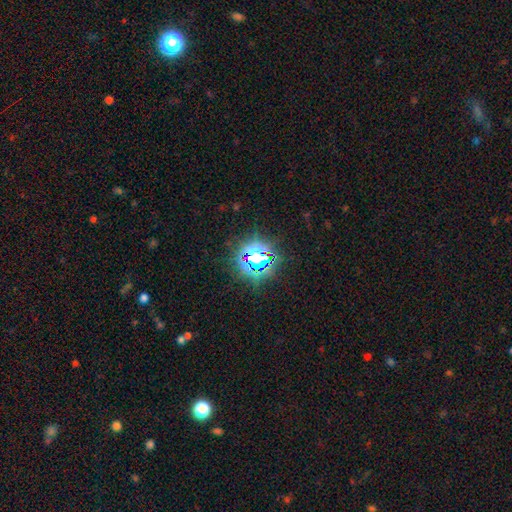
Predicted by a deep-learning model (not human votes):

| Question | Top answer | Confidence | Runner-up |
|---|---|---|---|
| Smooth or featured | star or artifact | 74% | smooth (17%) |